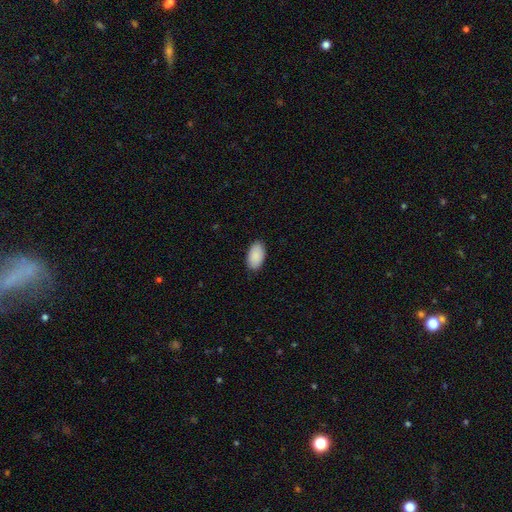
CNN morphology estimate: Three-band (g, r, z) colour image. It shows a smooth galaxy with no disk features (91%) that is in between round and cigar-shaped (96%). Merging: none (88%).